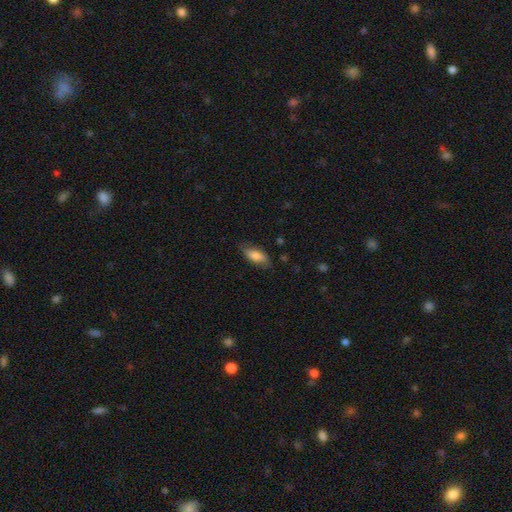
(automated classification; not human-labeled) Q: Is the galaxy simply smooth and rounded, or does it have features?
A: smooth — 69%.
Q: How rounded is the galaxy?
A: in between — 79%.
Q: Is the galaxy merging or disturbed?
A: none — 72%.